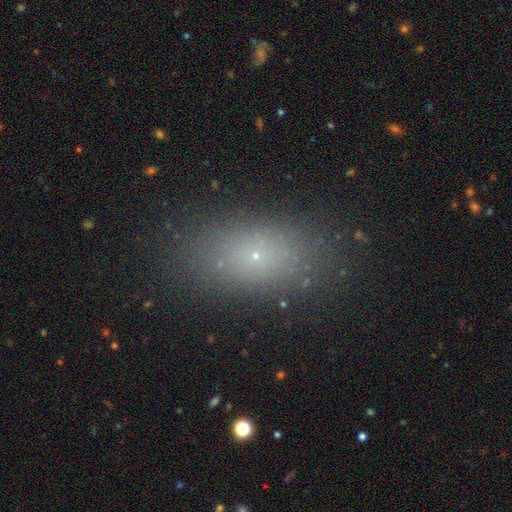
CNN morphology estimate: Smooth or featured? smooth (66%)
How rounded? in between (82%)
Merging? none (85%)